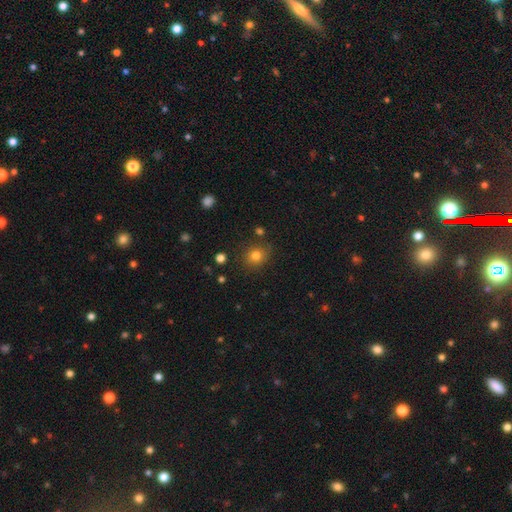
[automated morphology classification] A smooth galaxy with no disk features (80%) that is round (79%).

Vote fractions:
- Smooth or featured? smooth: 80% / star or artifact: 13% / featured or disk: 7%
- How rounded? round: 79% / in between: 20% / cigar-shaped: 1%
- Merging? none: 83% / minor disturbance: 10% / major disturbance: 3% / merger: 3%